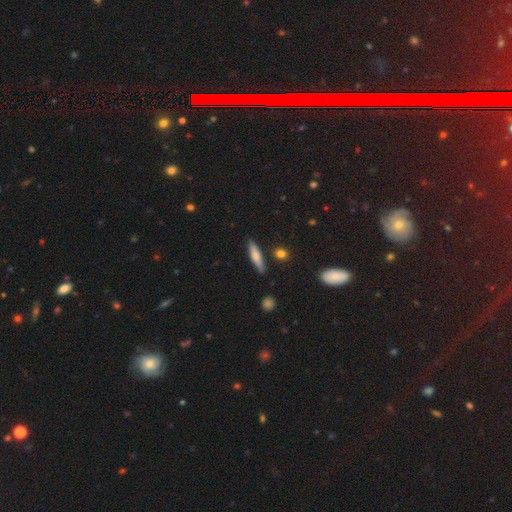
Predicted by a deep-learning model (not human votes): Smooth or featured?
  - smooth: 68% *
  - featured or disk: 25%
  - star or artifact: 6%
How rounded?
  - cigar-shaped: 83% *
  - in between: 15%
  - round: 2%
Merging?
  - none: 85% *
  - minor disturbance: 10%
  - merger: 3%
  - major disturbance: 2%